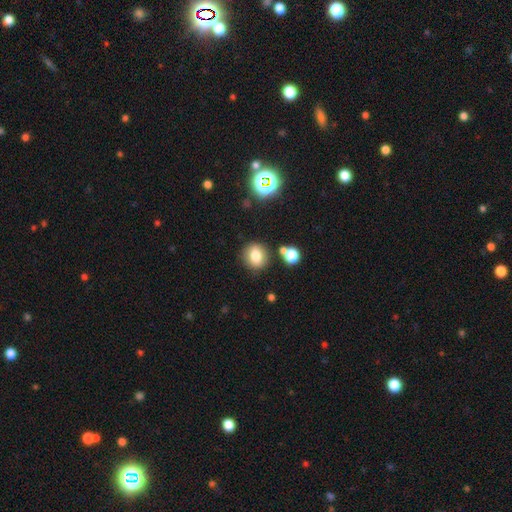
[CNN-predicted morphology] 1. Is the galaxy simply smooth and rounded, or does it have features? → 78% smooth, 13% star or artifact, 10% featured or disk.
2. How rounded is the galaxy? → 78% round, 21% in between, 1% cigar-shaped.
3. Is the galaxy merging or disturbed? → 79% none, 10% minor disturbance, 7% merger, 3% major disturbance.